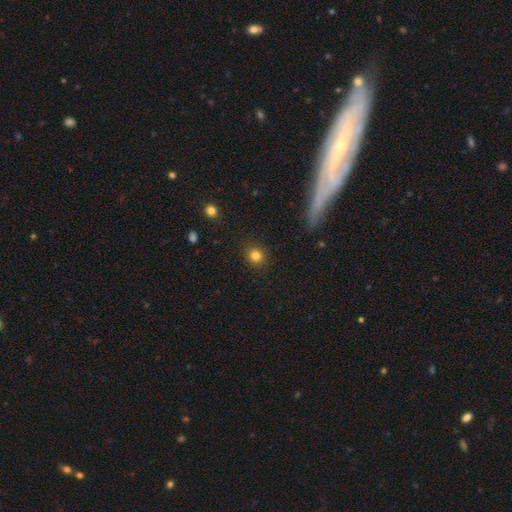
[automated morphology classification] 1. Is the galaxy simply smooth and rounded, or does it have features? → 82% smooth, 13% star or artifact, 6% featured or disk.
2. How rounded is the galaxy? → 89% round, 10% in between, 1% cigar-shaped.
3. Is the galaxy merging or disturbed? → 90% none, 7% minor disturbance, 2% major disturbance, 1% merger.